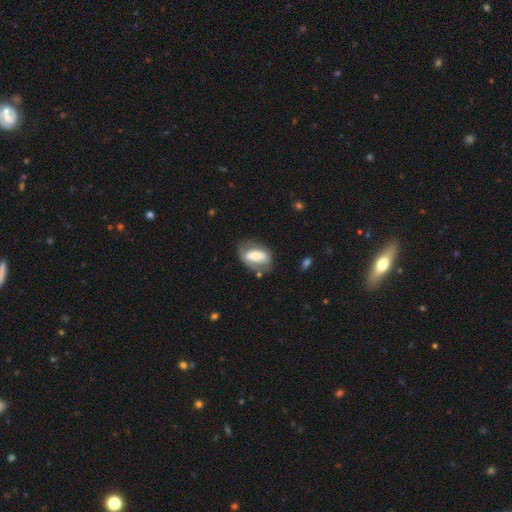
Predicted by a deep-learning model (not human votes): Smooth or featured? smooth (50%)
Merging? none (58%)